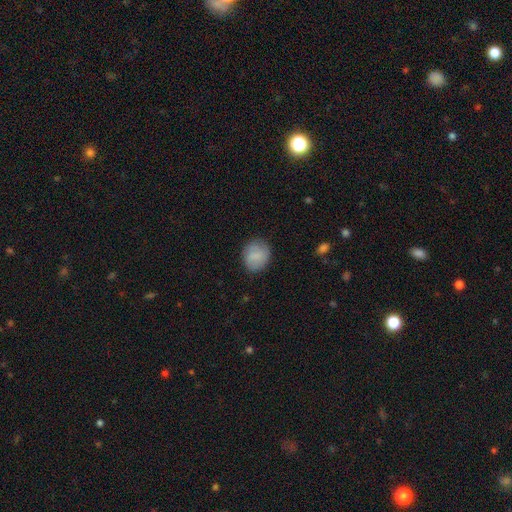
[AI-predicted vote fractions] Smooth or featured? Predicted: smooth (p=0.82). How rounded? Predicted: round (p=0.74). Merging? Predicted: none (p=0.83).